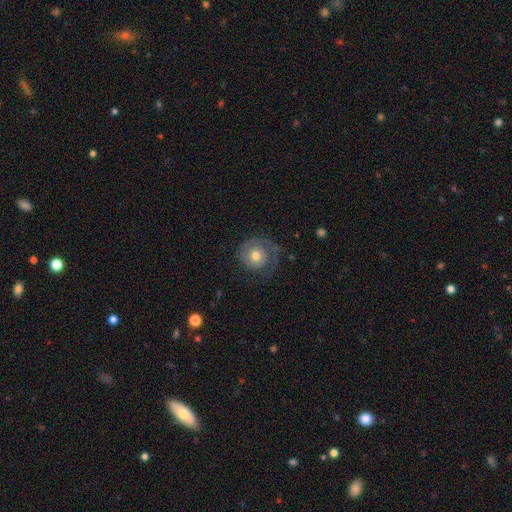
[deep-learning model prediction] featured or disk 60%, smooth 33%, star or artifact 7%. Down the decision tree: edge-on disk — no (97%); bar — no (84%); spiral arms — yes (83%); bulge size — moderate (73%); merging — none (61%).